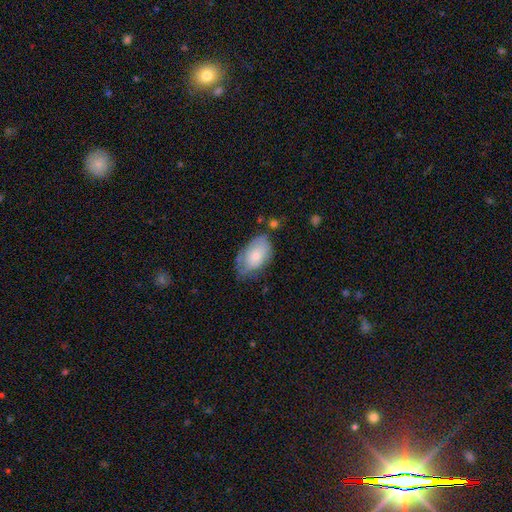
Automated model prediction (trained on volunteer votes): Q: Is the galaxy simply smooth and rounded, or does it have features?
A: smooth — 71%.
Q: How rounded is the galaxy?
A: in between — 92%.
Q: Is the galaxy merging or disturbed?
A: none — 53%.